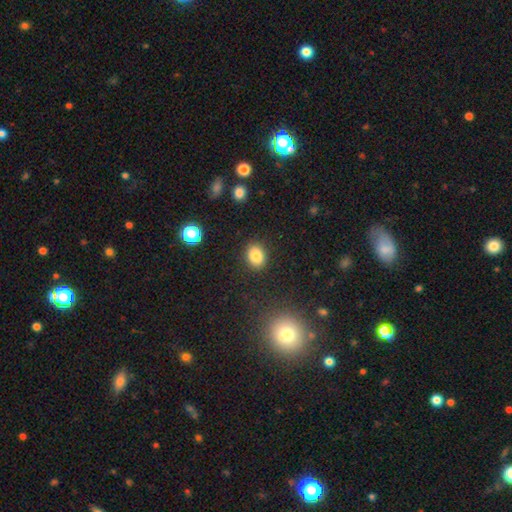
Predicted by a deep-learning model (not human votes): This is clearly a smooth galaxy (85%). How rounded: possibly in between (59%). Merging: clearly none (88%).